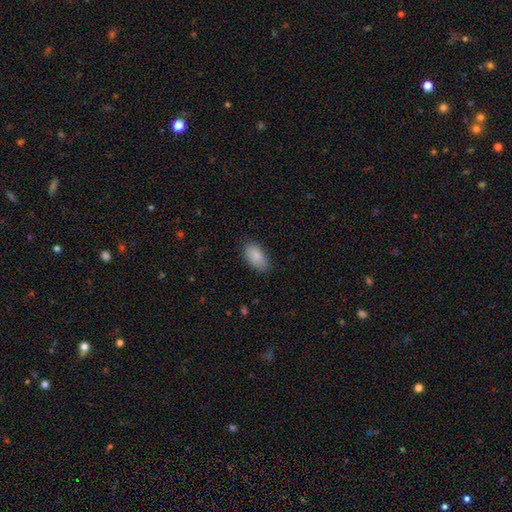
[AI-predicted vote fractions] smooth_or_featured: smooth (p=0.88) [alt: star or artifact p=0.06]
how_rounded: in between (p=0.93) [alt: cigar-shaped p=0.03]
merging: none (p=0.82) [alt: minor disturbance p=0.14]